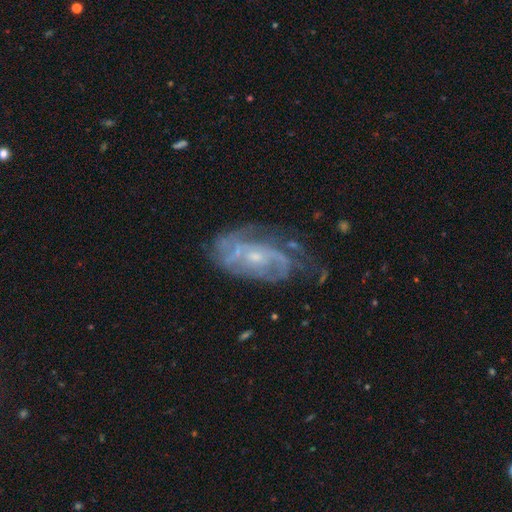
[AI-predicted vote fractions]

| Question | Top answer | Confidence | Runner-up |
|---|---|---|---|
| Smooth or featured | featured or disk | 80% | star or artifact (10%) |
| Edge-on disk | no | 95% | yes (5%) |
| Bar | no | 63% | weak (30%) |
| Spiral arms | yes | 92% | no (8%) |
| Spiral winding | tight | 53% | medium (36%) |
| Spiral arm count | can't tell | 34% | 2 (32%) |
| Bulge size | small | 68% | moderate (26%) |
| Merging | none | 65% | minor disturbance (21%) |